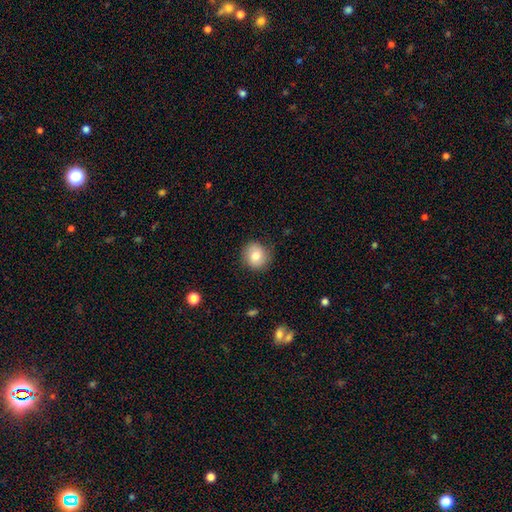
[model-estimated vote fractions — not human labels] The model was most divided on "smooth or featured": smooth: 78%, featured or disk: 14%, star or artifact: 8%. More confident: how rounded — round (86%); merging — none (81%).